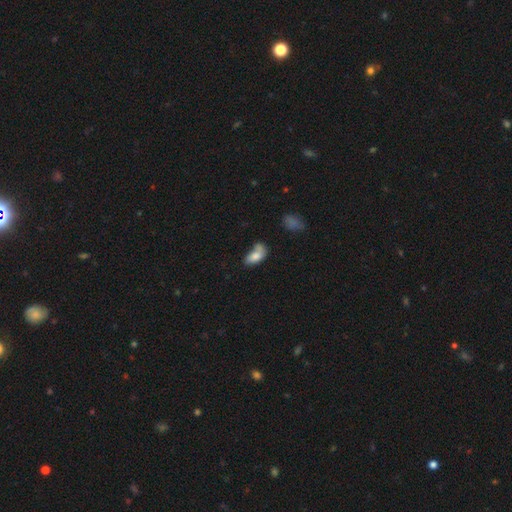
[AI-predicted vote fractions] Morphology: type=smooth (76%); roundness=in between (90%); merging=none (32%).